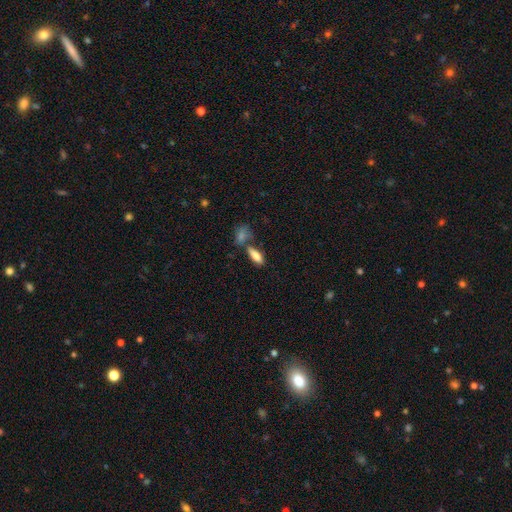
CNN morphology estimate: A smooth galaxy with no disk features (81%) that is in between round and cigar-shaped (71%). Merging: none (53%).